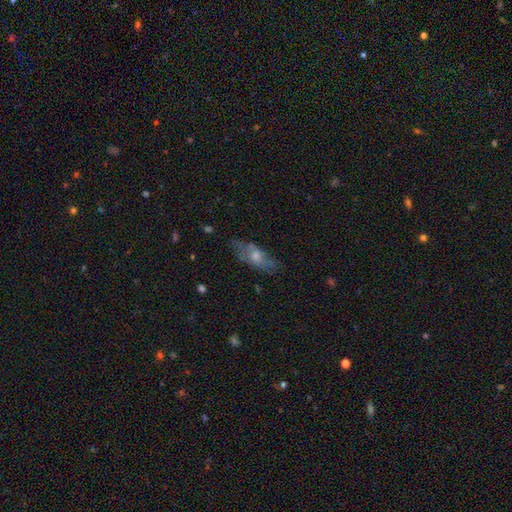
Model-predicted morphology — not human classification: featured or disk 47%, smooth 41%, star or artifact 12%. Down the decision tree: merging — none (71%).